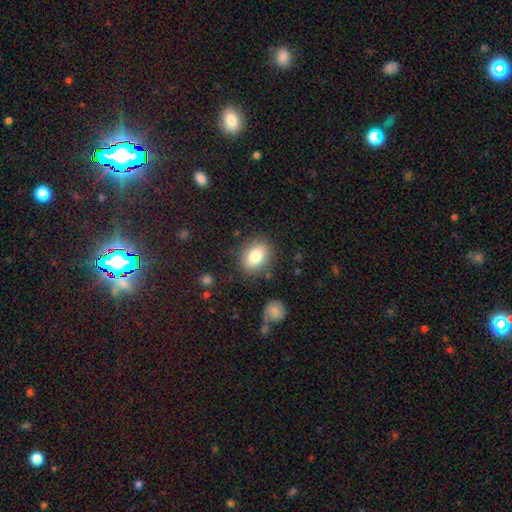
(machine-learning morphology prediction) Smooth or featured: smooth — 82% (featured or disk — 9%)
How rounded: in between — 54% (round — 45%)
Merging: none — 83% (minor disturbance — 11%)